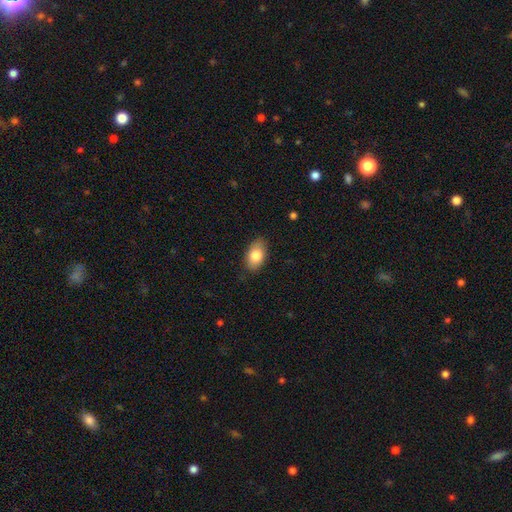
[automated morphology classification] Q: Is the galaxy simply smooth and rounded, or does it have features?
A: smooth — 81%.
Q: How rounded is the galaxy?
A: in between — 92%.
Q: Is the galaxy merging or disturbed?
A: none — 85%.